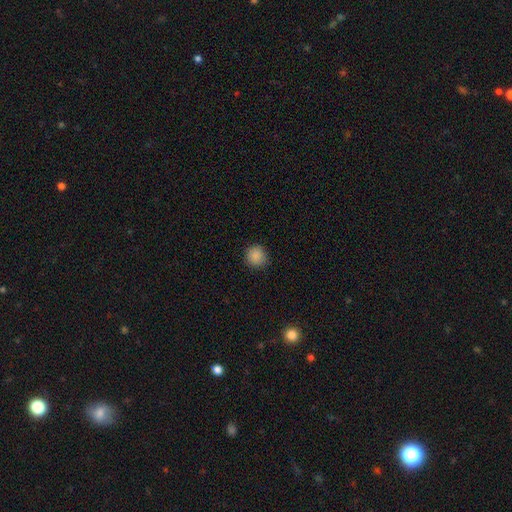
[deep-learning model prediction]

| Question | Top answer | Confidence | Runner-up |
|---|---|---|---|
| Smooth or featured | smooth | 87% | star or artifact (9%) |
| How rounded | round | 92% | in between (7%) |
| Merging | none | 88% | minor disturbance (9%) |